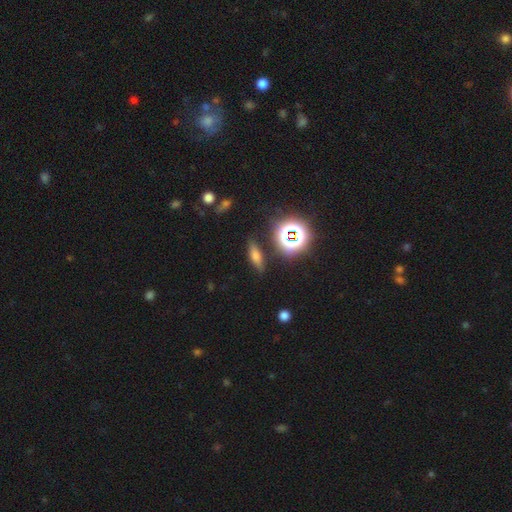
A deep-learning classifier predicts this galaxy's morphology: A smooth galaxy with no disk features (53%) that is cigar-shaped (49%). Merging: none (83%).